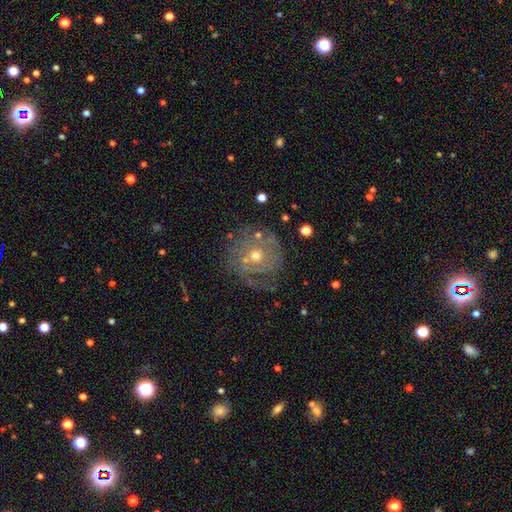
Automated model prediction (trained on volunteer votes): Smooth or featured?
  - featured or disk: 60% *
  - smooth: 29%
  - star or artifact: 11%
Edge-on disk?
  - no: 96% *
  - yes: 4%
Bar?
  - no: 86% *
  - weak: 12%
  - strong: 3%
Spiral arms?
  - yes: 55% *
  - no: 45%
Bulge size?
  - moderate: 64% *
  - small: 32%
  - large: 3%
  - none: 1%
  - dominant: 1%
Merging?
  - none: 61% *
  - minor disturbance: 21%
  - major disturbance: 15%
  - merger: 3%